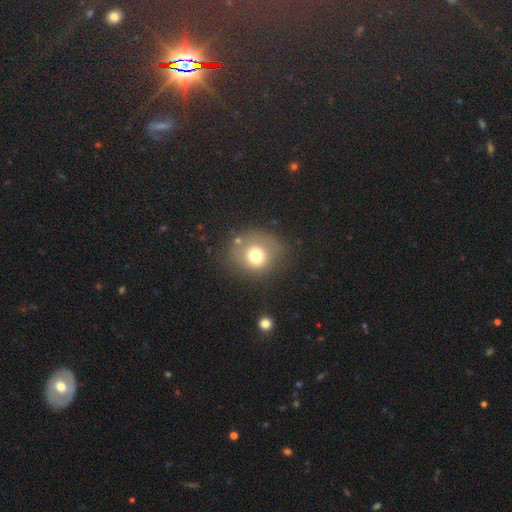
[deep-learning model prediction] A smooth galaxy with no disk features (71%) that is round (84%).

Vote fractions:
- Smooth or featured? smooth: 71% / featured or disk: 16% / star or artifact: 13%
- How rounded? round: 84% / in between: 15% / cigar-shaped: 1%
- Merging? none: 68% / minor disturbance: 17% / major disturbance: 9% / merger: 6%